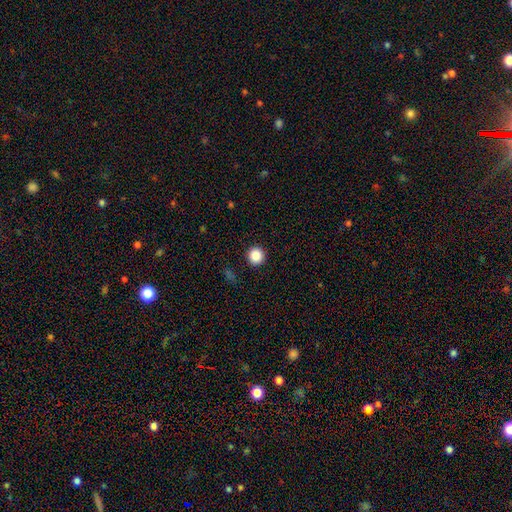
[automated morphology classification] This appears to be a smooth galaxy with no disk features (87%) that is round (95%). Merging: none (93%).